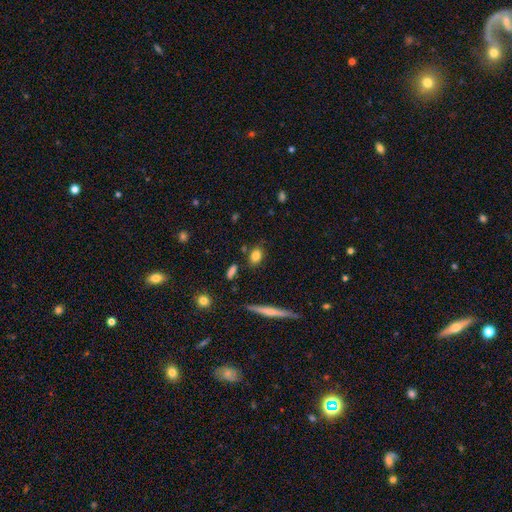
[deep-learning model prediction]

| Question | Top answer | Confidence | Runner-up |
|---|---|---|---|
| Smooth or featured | smooth | 82% | star or artifact (9%) |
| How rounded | in between | 71% | round (24%) |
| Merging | none | 78% | minor disturbance (13%) |